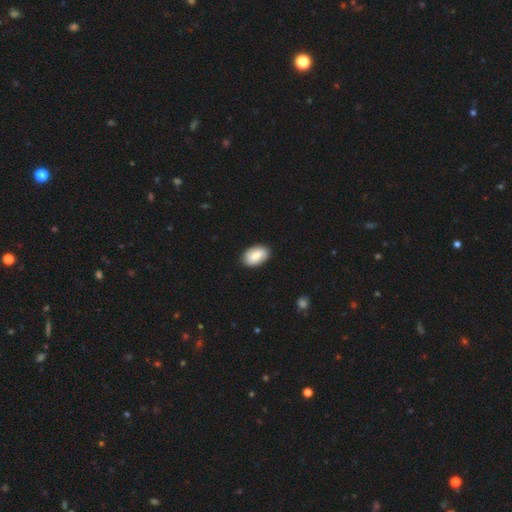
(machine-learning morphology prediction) Smooth or featured: smooth — 66% (featured or disk — 28%)
How rounded: in between — 90% (round — 9%)
Merging: none — 87% (minor disturbance — 10%)